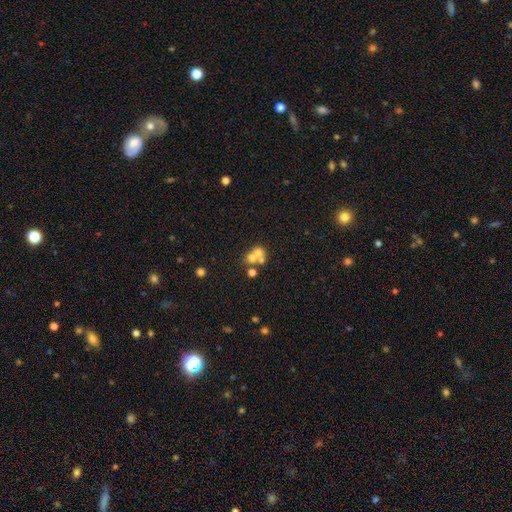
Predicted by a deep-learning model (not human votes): A smooth galaxy with no disk features (57%) that is round (75%). Merging: merger (59%).